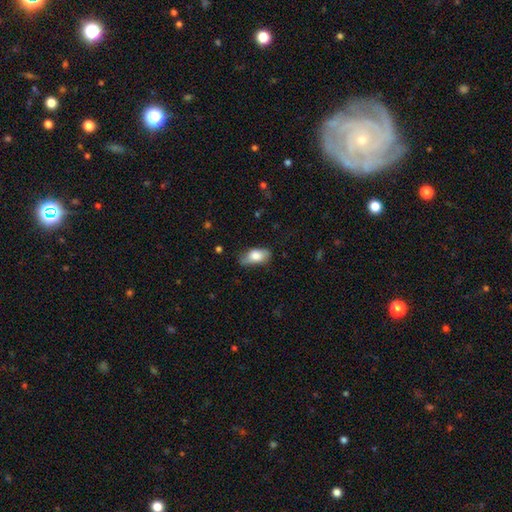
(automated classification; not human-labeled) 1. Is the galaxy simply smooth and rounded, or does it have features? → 77% smooth, 16% featured or disk, 7% star or artifact.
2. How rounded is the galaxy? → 88% in between, 6% cigar-shaped, 5% round.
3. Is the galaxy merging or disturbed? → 61% none, 30% minor disturbance, 7% major disturbance, 2% merger.